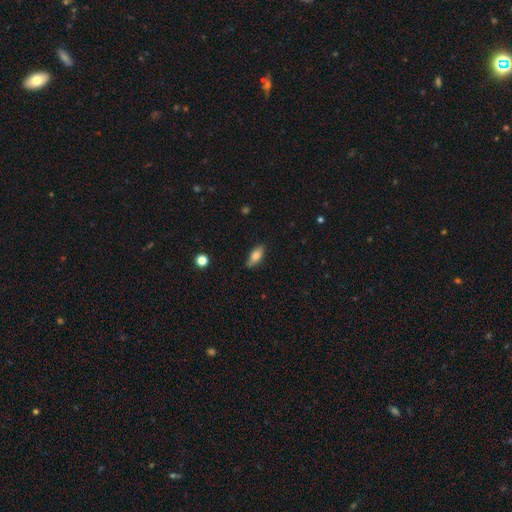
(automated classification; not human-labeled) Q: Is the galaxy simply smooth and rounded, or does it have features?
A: smooth — 76%.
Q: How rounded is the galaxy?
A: in between — 78%.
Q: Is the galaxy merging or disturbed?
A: none — 78%.